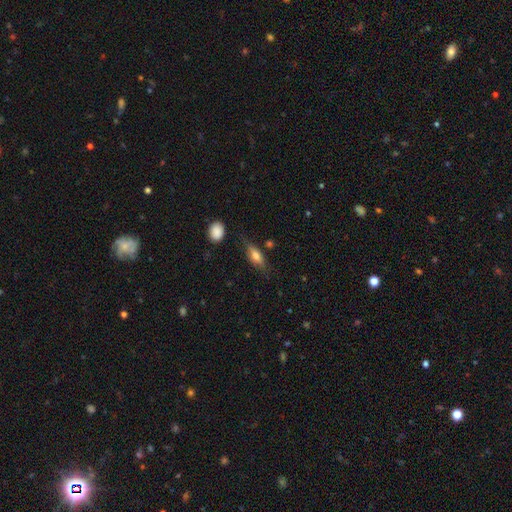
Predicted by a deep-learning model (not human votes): smooth-or-featured: smooth: 60% | featured or disk: 32% | star or artifact: 8%
  how-rounded: in between: 61% | cigar-shaped: 35% | round: 4%
  merging: none: 73% | minor disturbance: 19% | major disturbance: 5% | merger: 3%